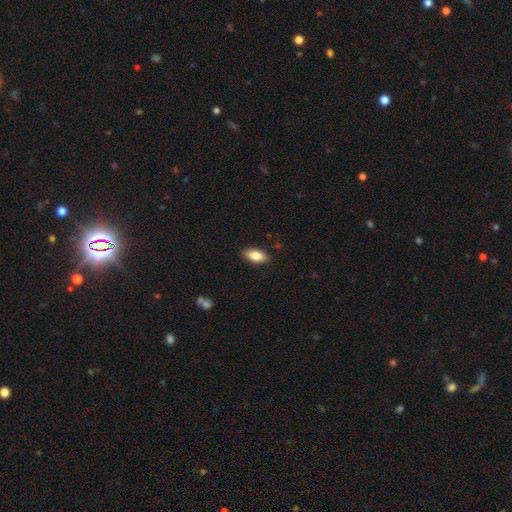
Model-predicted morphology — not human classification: smooth-or-featured: smooth: 85% | featured or disk: 8% | star or artifact: 7%
  how-rounded: in between: 89% | cigar-shaped: 7% | round: 3%
  merging: none: 87% | minor disturbance: 9% | major disturbance: 2% | merger: 1%